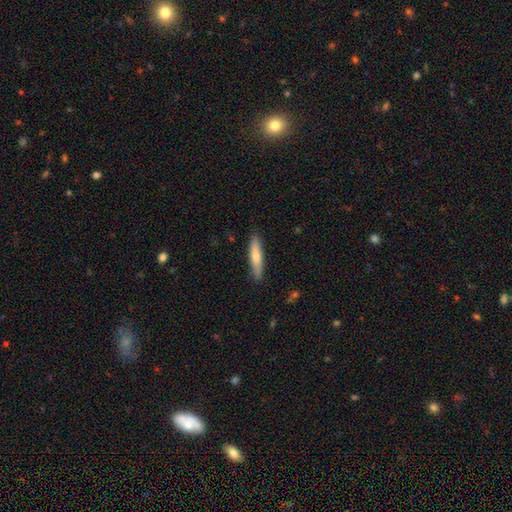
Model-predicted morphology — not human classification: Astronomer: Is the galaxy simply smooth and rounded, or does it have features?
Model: smooth — 64%.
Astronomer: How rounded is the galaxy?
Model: cigar-shaped — 85%.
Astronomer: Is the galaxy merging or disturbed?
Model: none — 88%.